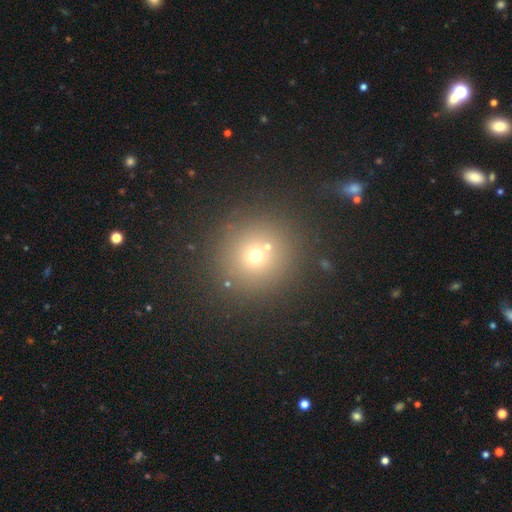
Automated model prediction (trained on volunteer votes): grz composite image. It shows a smooth galaxy with no disk features (60%) that is round (94%). Merging: none (78%).